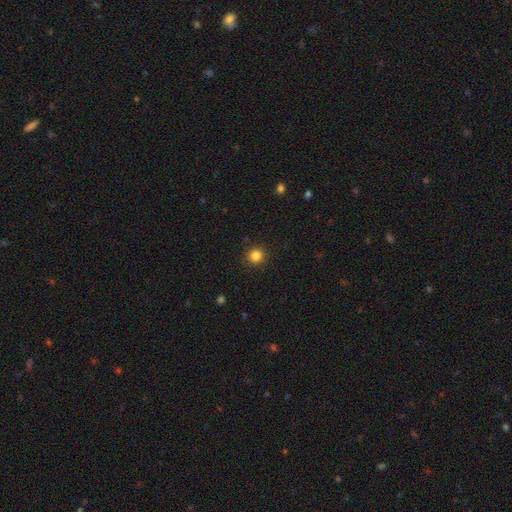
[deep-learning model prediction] Q: Smooth or featured?
A: smooth (84%); runner-up: star or artifact (12%)
Q: How rounded?
A: round (94%); runner-up: in between (5%)
Q: Merging?
A: none (91%); runner-up: minor disturbance (6%)